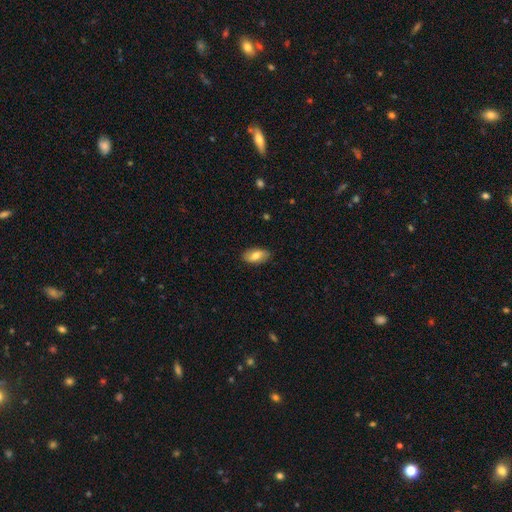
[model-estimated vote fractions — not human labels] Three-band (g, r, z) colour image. It shows a smooth galaxy with no disk features (72%) that is in between round and cigar-shaped (92%). Merging: none (85%).